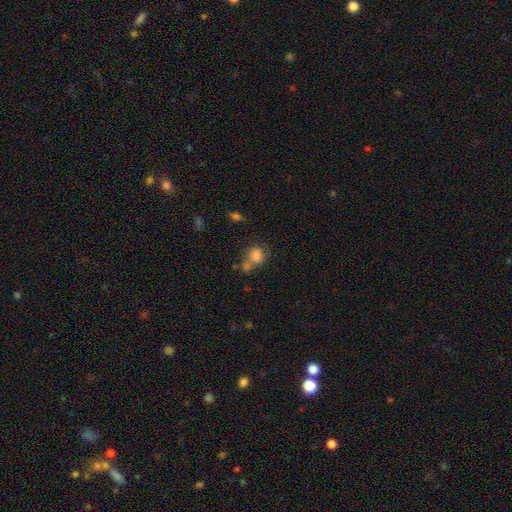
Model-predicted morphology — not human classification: smooth-or-featured: smooth: 81% | star or artifact: 11% | featured or disk: 8%
  how-rounded: round: 80% | in between: 19% | cigar-shaped: 1%
  merging: none: 50% | merger: 30% | minor disturbance: 13% | major disturbance: 7%